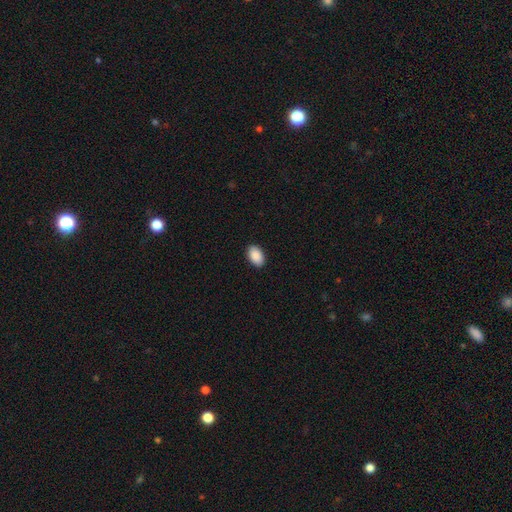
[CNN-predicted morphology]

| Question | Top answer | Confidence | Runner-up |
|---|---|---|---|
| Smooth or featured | smooth | 91% | star or artifact (7%) |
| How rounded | in between | 92% | round (7%) |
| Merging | none | 90% | minor disturbance (7%) |